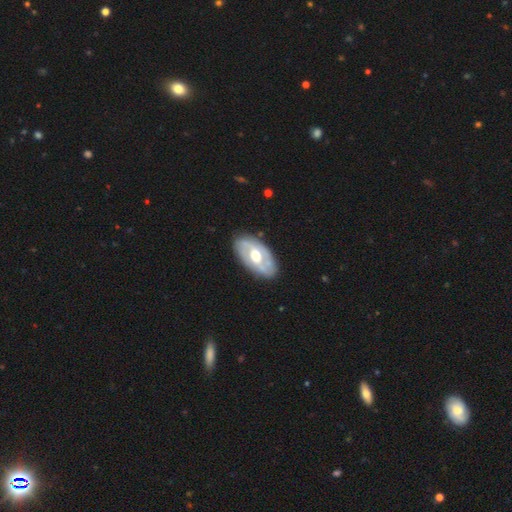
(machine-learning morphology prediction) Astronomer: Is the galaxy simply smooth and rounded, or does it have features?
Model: featured or disk — 73%.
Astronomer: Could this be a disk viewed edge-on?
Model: no — 93%.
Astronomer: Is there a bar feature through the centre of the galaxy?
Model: weak — 42% (runner-up: no, 38%).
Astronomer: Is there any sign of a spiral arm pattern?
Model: yes — 73%.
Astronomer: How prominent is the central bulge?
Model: moderate — 75%.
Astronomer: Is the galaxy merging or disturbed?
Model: none — 84%.